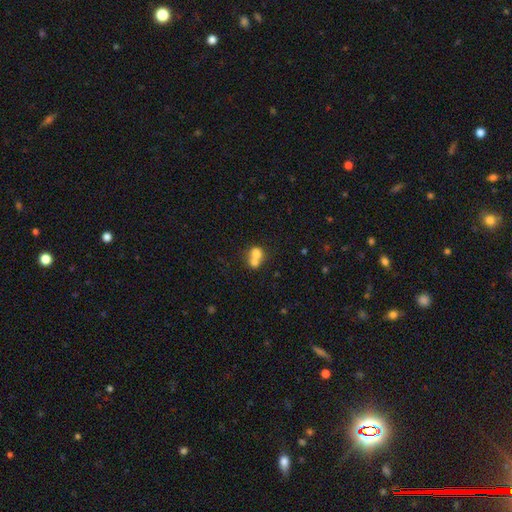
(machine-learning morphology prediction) Smooth or featured: smooth — 70% (featured or disk — 19%)
How rounded: round — 64% (in between — 35%)
Merging: merger — 66% (none — 25%)